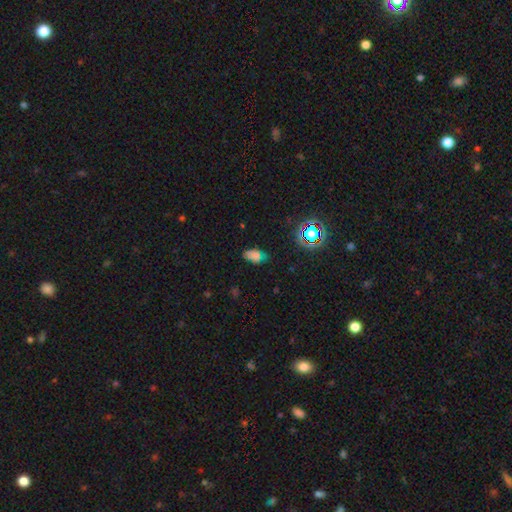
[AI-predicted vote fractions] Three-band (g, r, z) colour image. It shows a smooth galaxy with no disk features (65%) that is in between round and cigar-shaped (89%). Merging: none (59%).